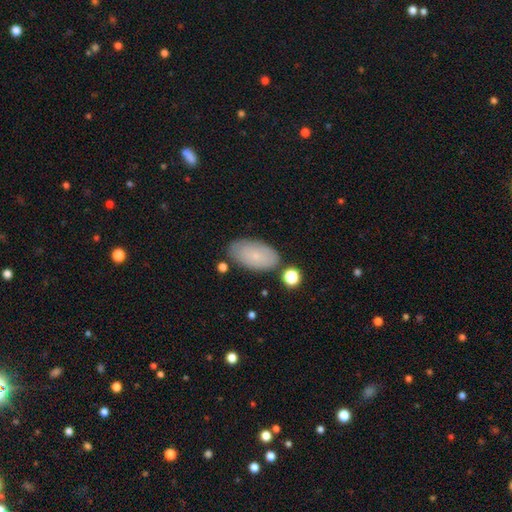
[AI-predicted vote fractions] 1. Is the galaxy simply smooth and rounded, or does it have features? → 75% smooth, 18% featured or disk, 7% star or artifact.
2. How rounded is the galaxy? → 95% in between, 3% round, 2% cigar-shaped.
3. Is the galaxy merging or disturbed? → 78% none, 15% minor disturbance, 4% merger, 3% major disturbance.